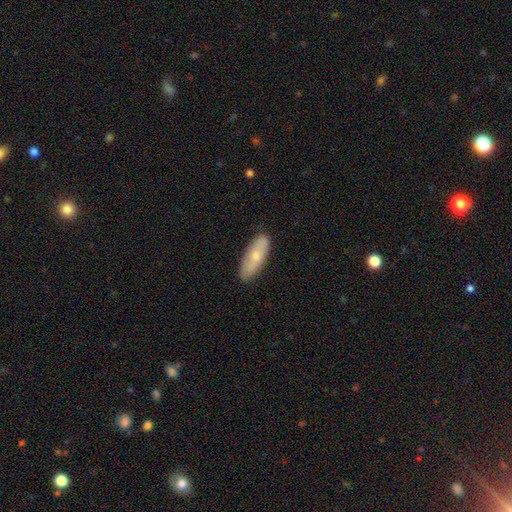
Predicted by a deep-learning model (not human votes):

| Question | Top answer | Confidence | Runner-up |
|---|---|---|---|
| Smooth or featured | smooth | 64% | featured or disk (30%) |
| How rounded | in between | 64% | cigar-shaped (34%) |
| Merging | none | 85% | minor disturbance (12%) |